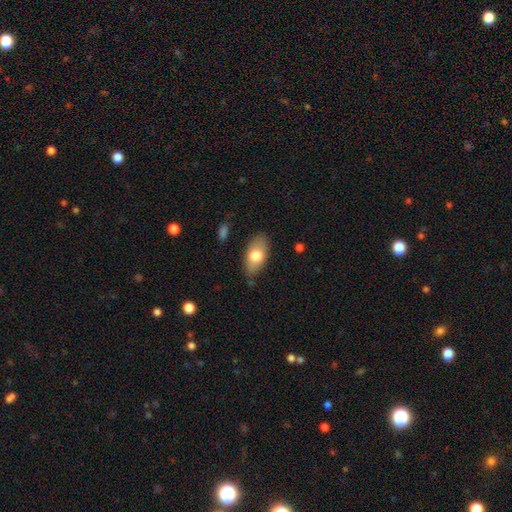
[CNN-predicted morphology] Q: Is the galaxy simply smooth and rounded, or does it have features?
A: smooth — 76%.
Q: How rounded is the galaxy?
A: in between — 92%.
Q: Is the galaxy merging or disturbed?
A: none — 77%.